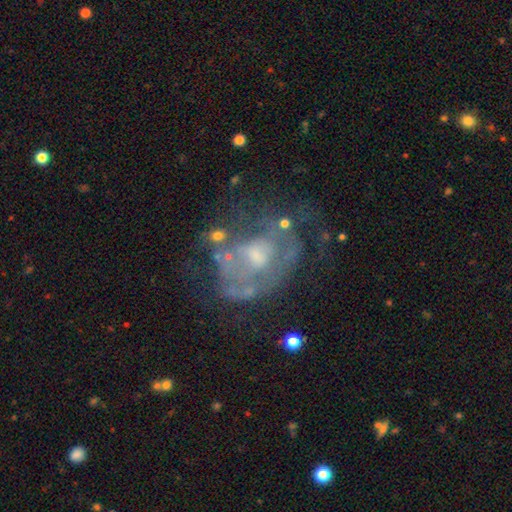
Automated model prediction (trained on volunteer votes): featured or disk 73%, smooth 16%, star or artifact 12%. Down the decision tree: edge-on disk — no (97%); bar — no (76%); spiral arms — no (52%); bulge size — moderate (46%); merging — none (46%).